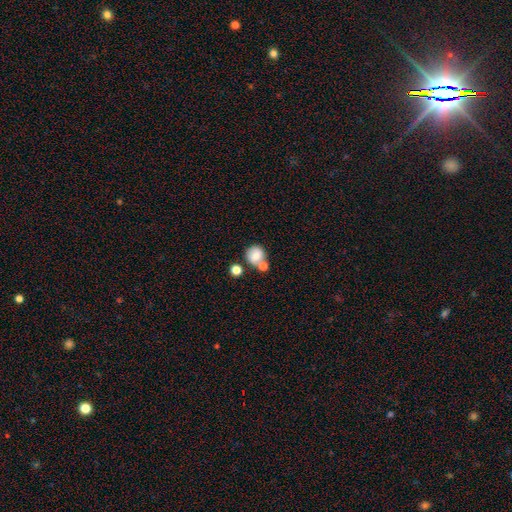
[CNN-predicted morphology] Smooth or featured?
  - smooth: 77% *
  - featured or disk: 13%
  - star or artifact: 10%
How rounded?
  - round: 79% *
  - in between: 20%
  - cigar-shaped: 1%
Merging?
  - none: 50% *
  - merger: 32%
  - minor disturbance: 12%
  - major disturbance: 5%